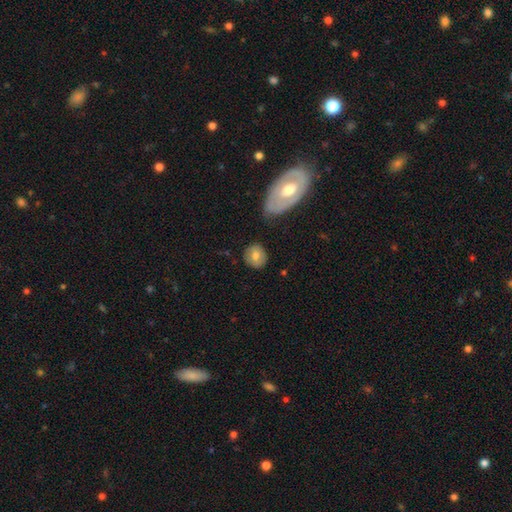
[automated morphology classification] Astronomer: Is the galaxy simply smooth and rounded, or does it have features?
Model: smooth — 71%.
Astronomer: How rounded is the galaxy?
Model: round — 77%.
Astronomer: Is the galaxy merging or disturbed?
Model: none — 80%.